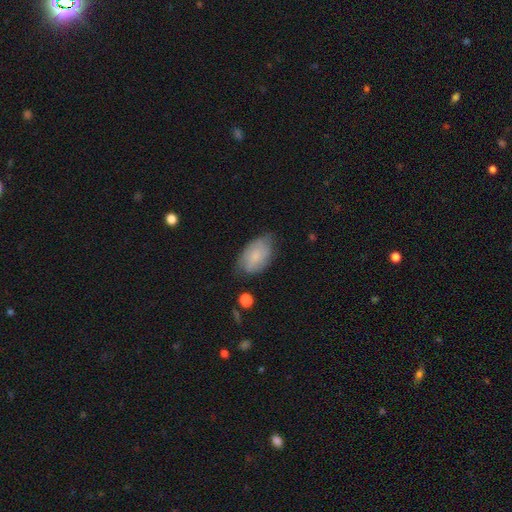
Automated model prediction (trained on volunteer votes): Q: Smooth or featured?
A: smooth (65%); runner-up: featured or disk (28%)
Q: How rounded?
A: in between (92%); runner-up: round (6%)
Q: Merging?
A: none (59%); runner-up: minor disturbance (32%)